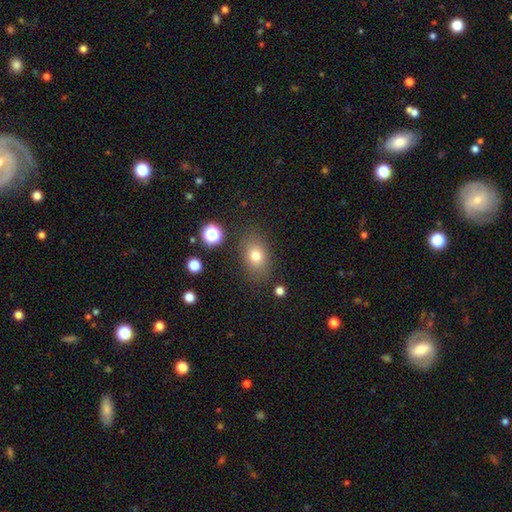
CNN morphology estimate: Smooth or featured? smooth (76%)
How rounded? in between (73%)
Merging? none (81%)